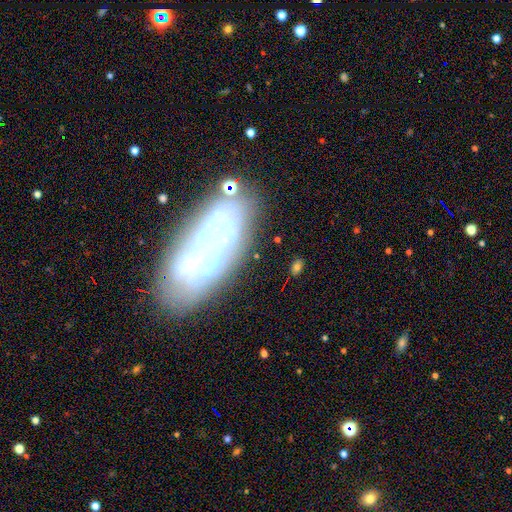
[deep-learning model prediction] Smooth or featured?
  - featured or disk: 55% *
  - smooth: 27%
  - star or artifact: 18%
Edge-on disk?
  - no: 84% *
  - yes: 16%
Merging?
  - none: 54% *
  - minor disturbance: 19%
  - major disturbance: 17%
  - merger: 11%